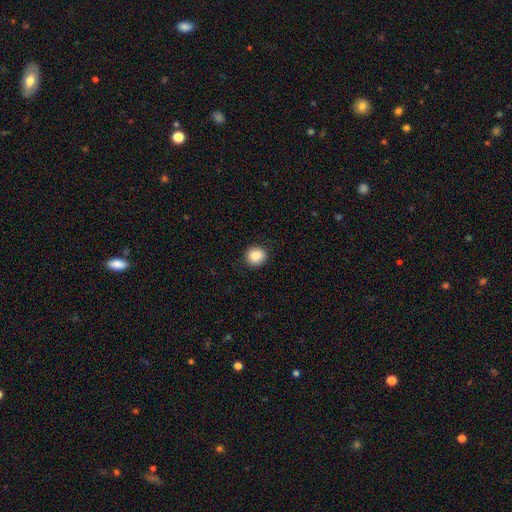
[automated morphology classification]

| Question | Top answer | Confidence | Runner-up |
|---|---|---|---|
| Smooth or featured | smooth | 88% | star or artifact (9%) |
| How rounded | round | 86% | in between (13%) |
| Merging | none | 89% | minor disturbance (8%) |